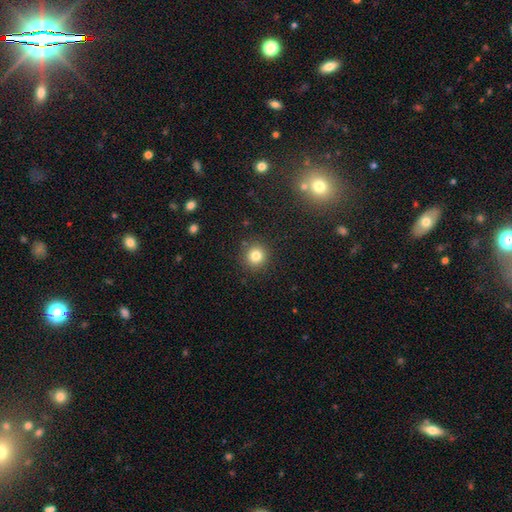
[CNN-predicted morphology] This is clearly a smooth galaxy (81%). How rounded: clearly round (93%). Merging: clearly none (89%).